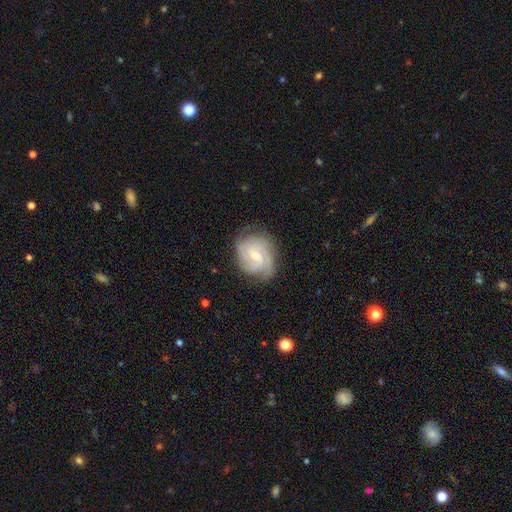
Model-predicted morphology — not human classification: This appears to be a featured or disk galaxy (85%) with a weak bar (49%), 3 (40%) tight (65%) spiral arms (97%) and a small central bulge (57%). Merging: none (77%).